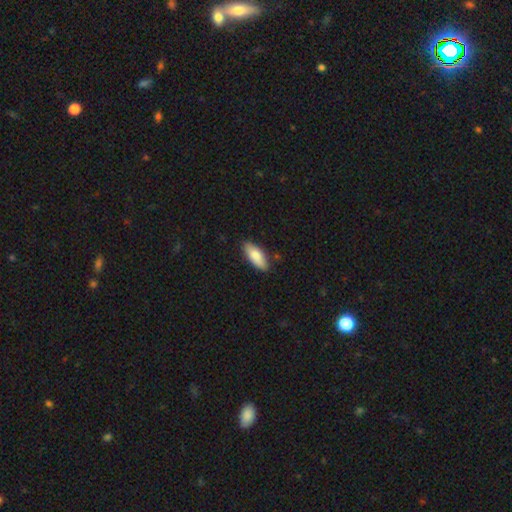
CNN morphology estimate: Smooth or featured? Predicted: smooth (p=0.84). How rounded? Predicted: in between (p=0.80). Merging? Predicted: none (p=0.83).